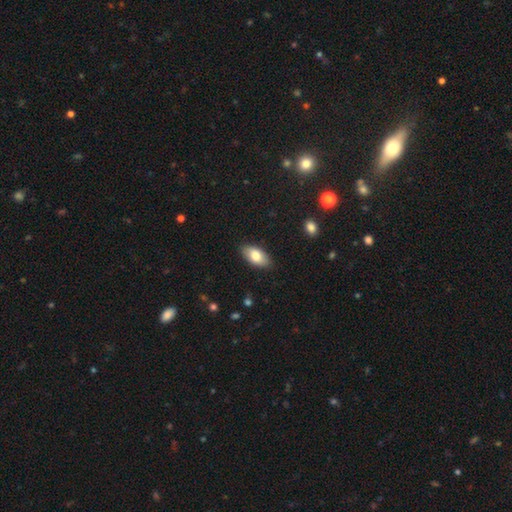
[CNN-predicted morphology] The model was most divided on "smooth or featured": smooth: 80%, featured or disk: 14%, star or artifact: 6%. More confident: how rounded — in between (93%); merging — none (86%).